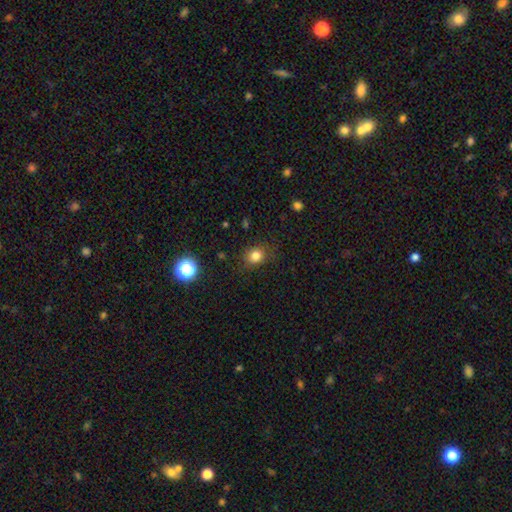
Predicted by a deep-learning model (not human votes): The model was most divided on "how rounded": round: 69%, in between: 30%, cigar-shaped: 1%. More confident: merging — none (82%); smooth or featured — smooth (81%).